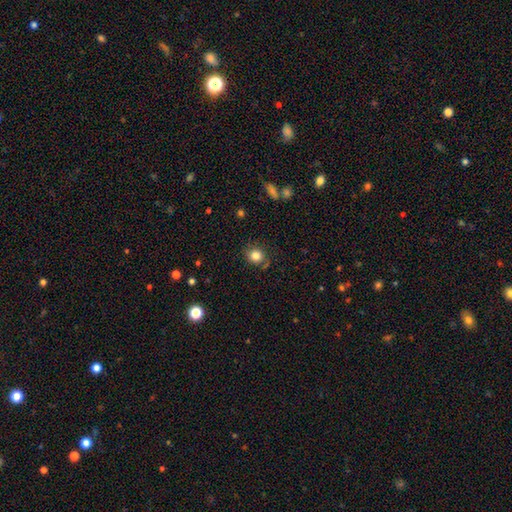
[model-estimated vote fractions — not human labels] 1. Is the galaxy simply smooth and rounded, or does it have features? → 82% smooth, 11% star or artifact, 6% featured or disk.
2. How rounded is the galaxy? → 82% round, 17% in between, 1% cigar-shaped.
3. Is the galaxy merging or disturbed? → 79% none, 14% minor disturbance, 4% major disturbance, 3% merger.